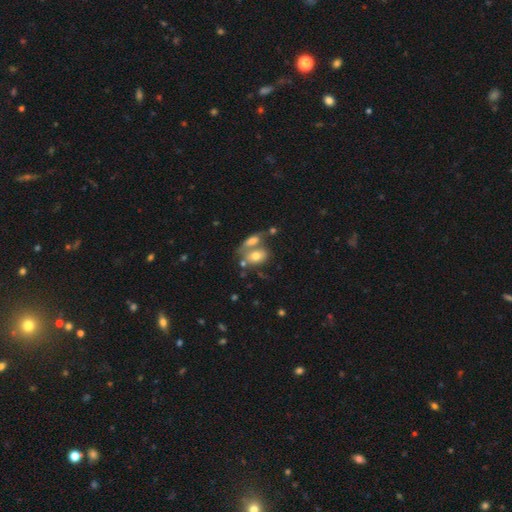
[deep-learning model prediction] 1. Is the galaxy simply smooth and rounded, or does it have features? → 69% smooth, 23% featured or disk, 8% star or artifact.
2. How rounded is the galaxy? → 81% in between, 16% round, 3% cigar-shaped.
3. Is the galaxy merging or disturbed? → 51% merger, 33% none, 10% minor disturbance, 6% major disturbance.